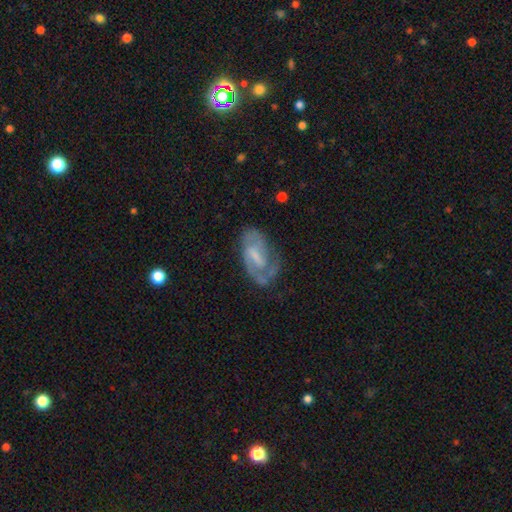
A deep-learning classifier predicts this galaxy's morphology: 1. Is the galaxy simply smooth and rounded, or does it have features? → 77% featured or disk, 17% smooth, 6% star or artifact.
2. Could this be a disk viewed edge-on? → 96% no, 4% yes.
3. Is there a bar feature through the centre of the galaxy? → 53% weak, 24% strong, 23% no.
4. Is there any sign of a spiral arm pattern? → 90% yes, 10% no.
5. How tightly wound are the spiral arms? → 45% medium, 39% tight, 15% loose.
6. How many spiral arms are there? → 62% 2, 17% 1, 14% can't tell, 4% 3, 1% 4, 1% more than 4.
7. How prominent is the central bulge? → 39% small, 30% moderate, 26% none, 5% large, 1% dominant.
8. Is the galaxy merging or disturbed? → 61% none, 23% minor disturbance, 14% major disturbance, 2% merger.